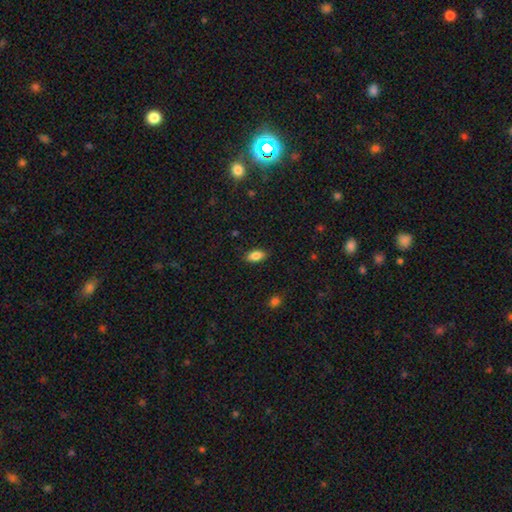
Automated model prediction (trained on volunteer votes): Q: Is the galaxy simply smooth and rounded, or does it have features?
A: smooth — 85%.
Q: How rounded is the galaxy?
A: in between — 90%.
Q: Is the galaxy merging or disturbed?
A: none — 87%.